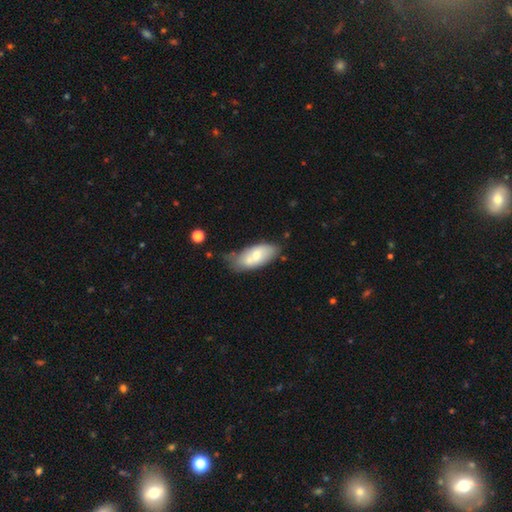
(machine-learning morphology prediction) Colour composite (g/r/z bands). It shows a smooth galaxy with no disk features (64%) that is in between round and cigar-shaped (89%). Merging: none (47%).